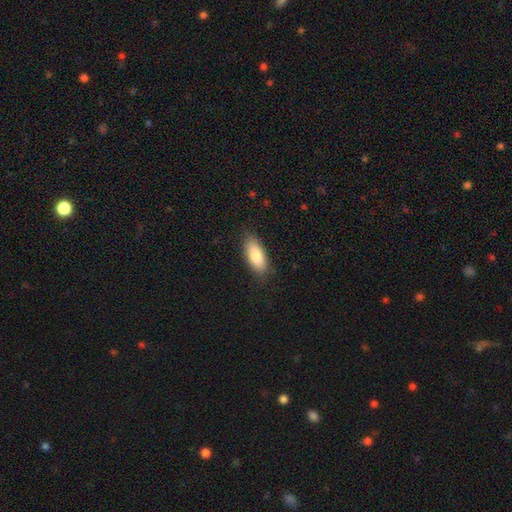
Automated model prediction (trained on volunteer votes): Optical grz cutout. It shows a smooth galaxy with no disk features (83%) that is in between round and cigar-shaped (82%). Merging: none (84%).